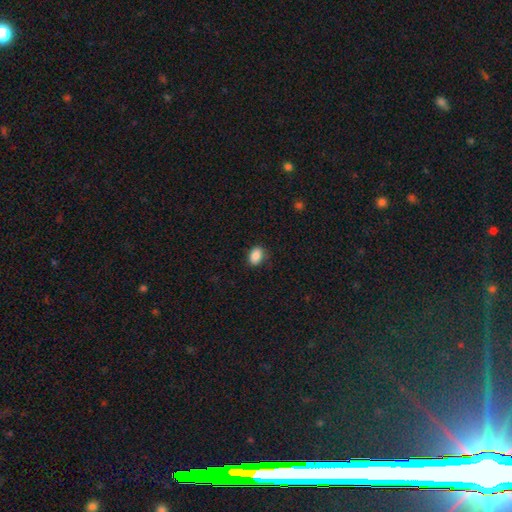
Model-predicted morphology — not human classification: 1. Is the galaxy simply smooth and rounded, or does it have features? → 88% smooth, 8% star or artifact, 4% featured or disk.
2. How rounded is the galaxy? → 80% in between, 19% round, 1% cigar-shaped.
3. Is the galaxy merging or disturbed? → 82% none, 14% minor disturbance, 3% major disturbance, 1% merger.